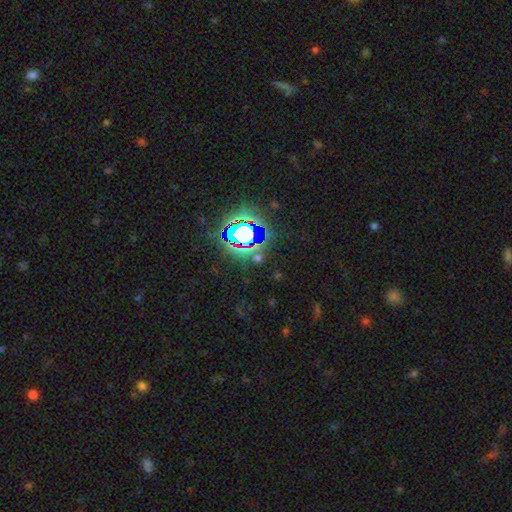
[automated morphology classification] smooth-or-featured: star or artifact: 74% | smooth: 17% | featured or disk: 10%